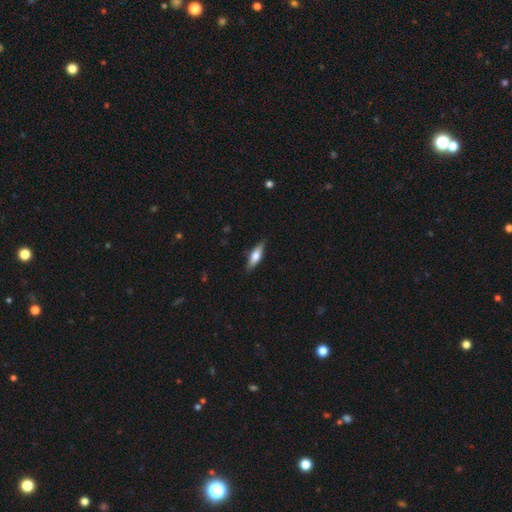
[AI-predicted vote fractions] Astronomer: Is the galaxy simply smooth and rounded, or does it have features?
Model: smooth — 50% (runner-up: featured or disk, 44%).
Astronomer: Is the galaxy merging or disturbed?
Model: none — 87%.